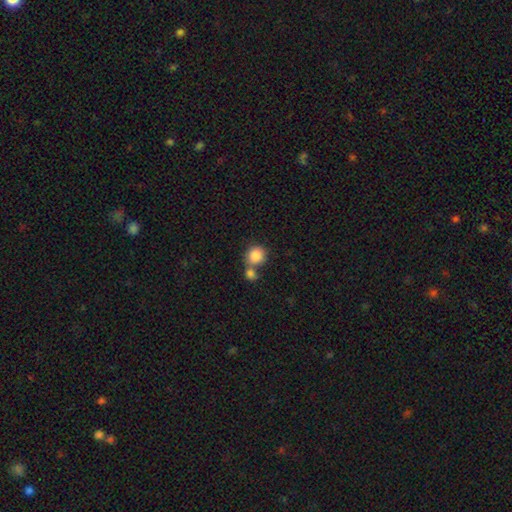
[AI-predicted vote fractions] Morphology: type=smooth (85%); roundness=round (85%); merging=none (46%).